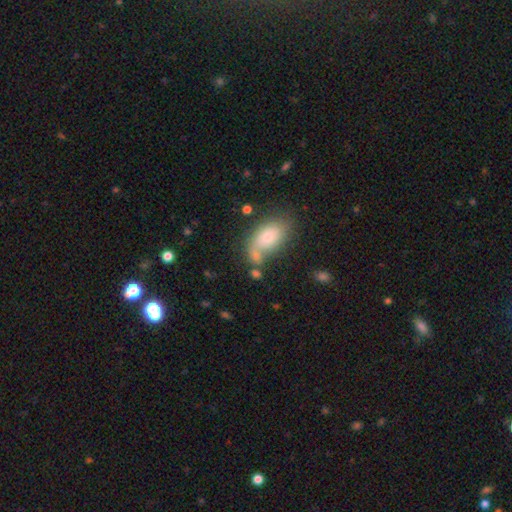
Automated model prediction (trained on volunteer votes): Smooth or featured?
  - smooth: 66% *
  - featured or disk: 25%
  - star or artifact: 9%
How rounded?
  - in between: 86% *
  - round: 10%
  - cigar-shaped: 4%
Merging?
  - none: 43% *
  - merger: 27%
  - minor disturbance: 19%
  - major disturbance: 12%